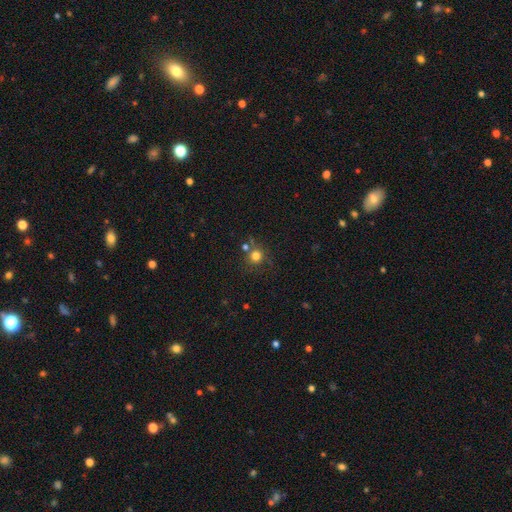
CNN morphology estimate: This appears to be a smooth galaxy with no disk features (77%) that is round (91%). Merging: none (68%).